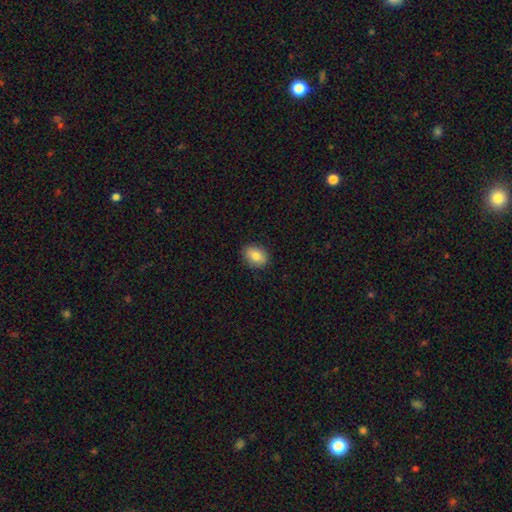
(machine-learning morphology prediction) This appears to be a smooth galaxy with no disk features (84%) that is in between round and cigar-shaped (68%). Merging: none (87%).